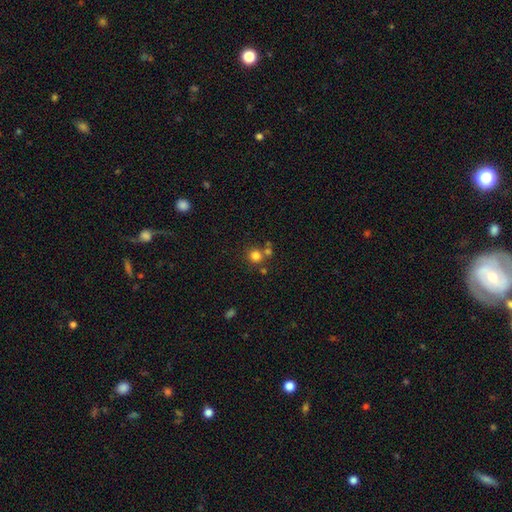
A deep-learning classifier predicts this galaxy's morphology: Smooth or featured: smooth — 79% (star or artifact — 14%)
How rounded: round — 91% (in between — 9%)
Merging: none — 65% (merger — 24%)